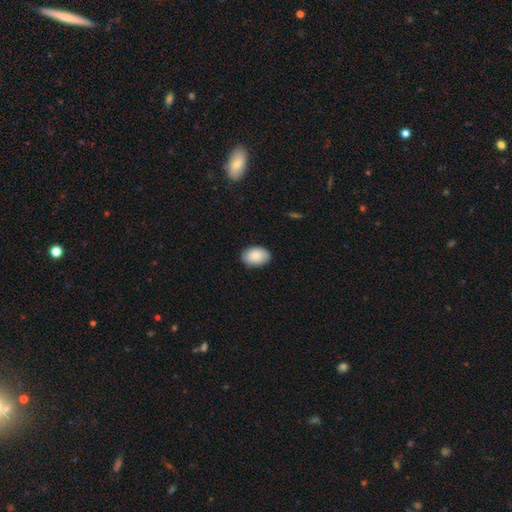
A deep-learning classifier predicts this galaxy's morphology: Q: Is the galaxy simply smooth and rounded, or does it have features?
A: smooth — 87%.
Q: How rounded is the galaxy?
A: in between — 81%.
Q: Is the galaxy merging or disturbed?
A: none — 85%.